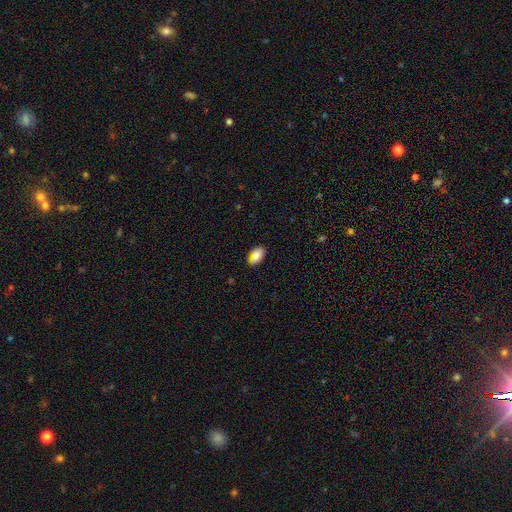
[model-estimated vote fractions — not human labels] Smooth or featured?
  - smooth: 85% *
  - star or artifact: 9%
  - featured or disk: 6%
How rounded?
  - in between: 91% *
  - round: 6%
  - cigar-shaped: 3%
Merging?
  - none: 76% *
  - minor disturbance: 18%
  - merger: 3%
  - major disturbance: 3%